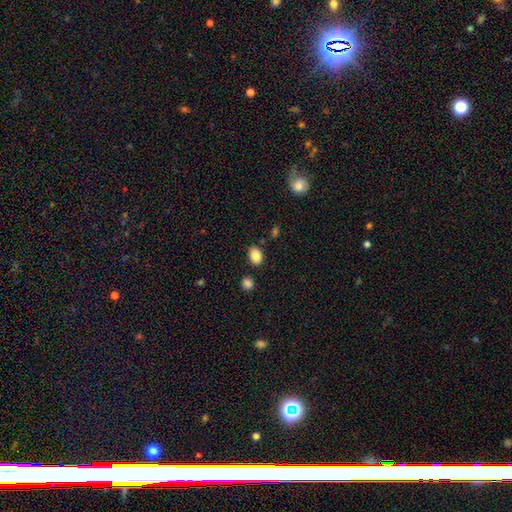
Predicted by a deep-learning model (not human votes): Smooth or featured? smooth (87%)
How rounded? in between (77%)
Merging? none (81%)